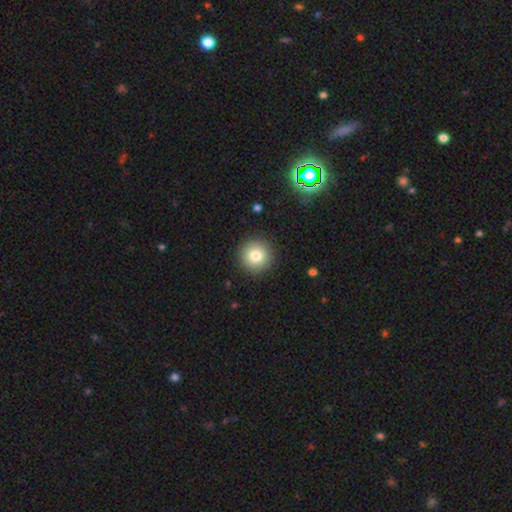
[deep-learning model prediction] smooth-or-featured: smooth: 79% | star or artifact: 11% | featured or disk: 10%
  how-rounded: round: 95% | in between: 4% | cigar-shaped: 1%
  merging: none: 91% | minor disturbance: 6% | major disturbance: 2% | merger: 1%